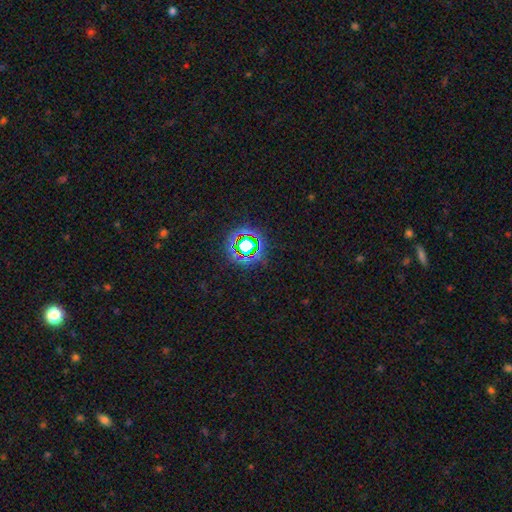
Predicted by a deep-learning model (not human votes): Q: Smooth or featured?
A: star or artifact (73%); runner-up: smooth (19%)